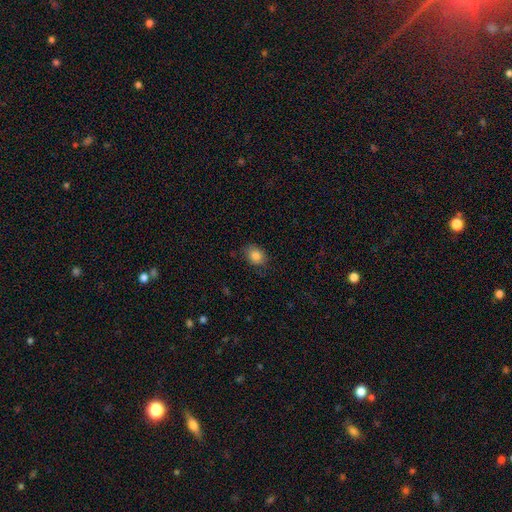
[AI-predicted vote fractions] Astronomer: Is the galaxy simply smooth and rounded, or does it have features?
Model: smooth — 85%.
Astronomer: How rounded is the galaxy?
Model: in between — 57% (runner-up: round, 42%).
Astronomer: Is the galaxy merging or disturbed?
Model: none — 80%.